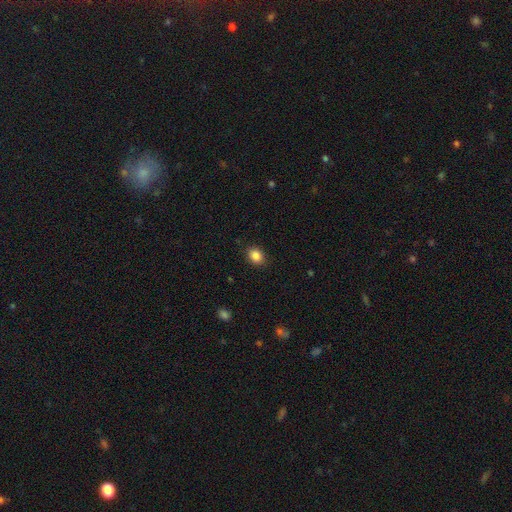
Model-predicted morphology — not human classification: smooth 86%, star or artifact 10%, featured or disk 4%. Down the decision tree: how rounded — in between (55%); merging — none (88%).